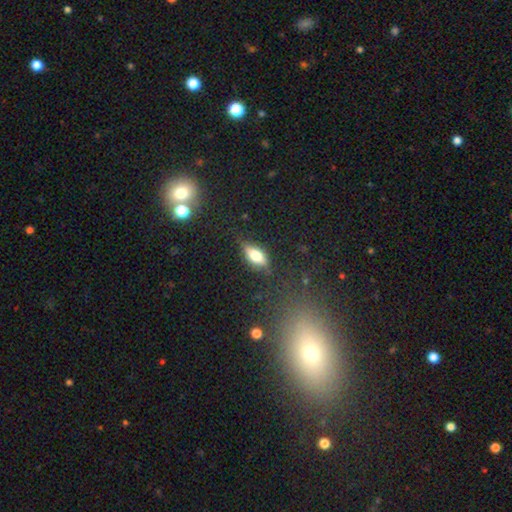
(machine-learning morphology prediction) A smooth galaxy with no disk features (55%) that is in between round and cigar-shaped (73%).

Vote fractions:
- Smooth or featured? smooth: 55% / featured or disk: 35% / star or artifact: 10%
- How rounded? in between: 73% / cigar-shaped: 21% / round: 5%
- Merging? none: 74% / minor disturbance: 19% / major disturbance: 5% / merger: 2%